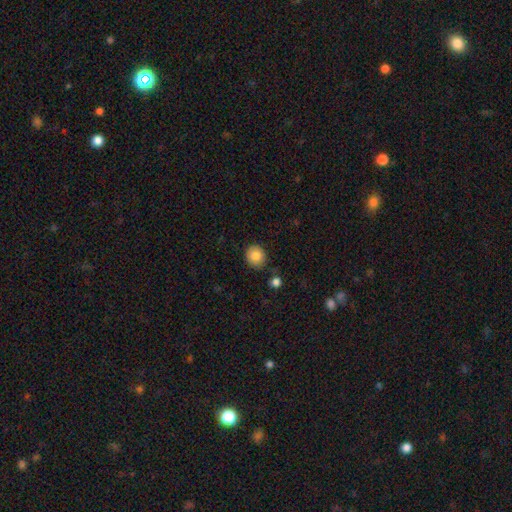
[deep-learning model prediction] Morphology: type=smooth (84%); roundness=round (83%); merging=none (85%).